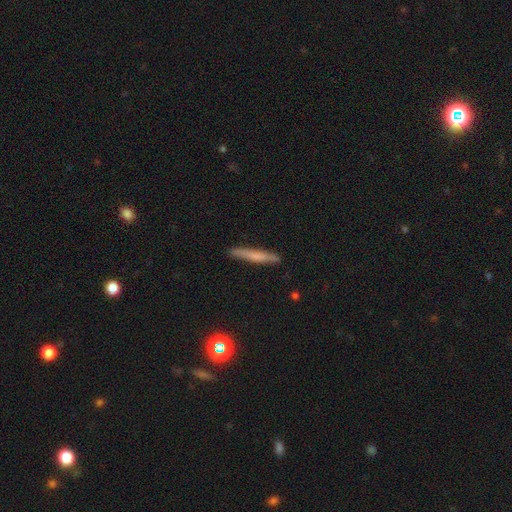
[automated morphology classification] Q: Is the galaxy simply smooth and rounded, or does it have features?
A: smooth — 58%.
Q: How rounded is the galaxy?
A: cigar-shaped — 95%.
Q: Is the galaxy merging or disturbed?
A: none — 89%.